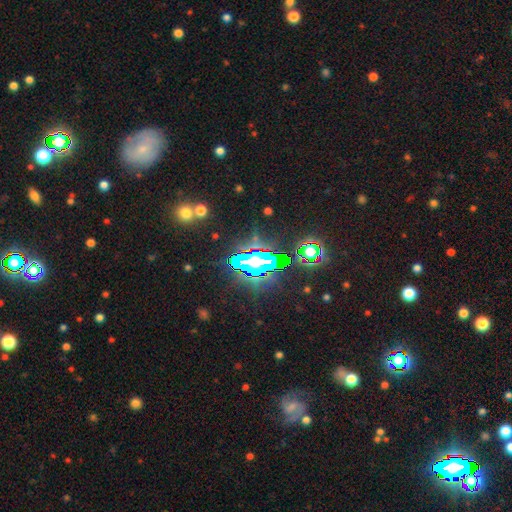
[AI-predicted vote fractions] This is clearly a star or artifact rather than a galaxy (83%).